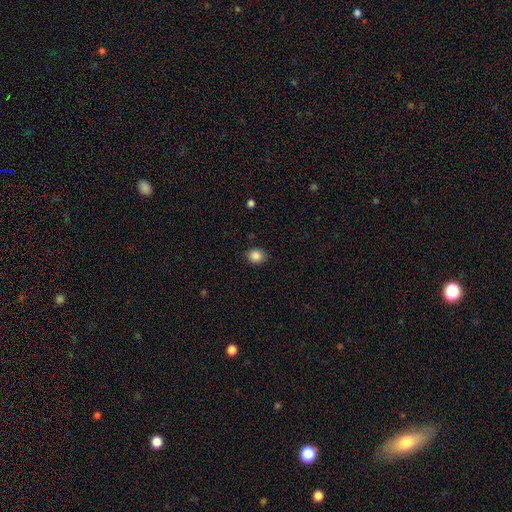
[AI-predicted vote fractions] Q: Smooth or featured?
A: smooth (87%); runner-up: star or artifact (10%)
Q: How rounded?
A: round (64%); runner-up: in between (35%)
Q: Merging?
A: none (84%); runner-up: minor disturbance (12%)